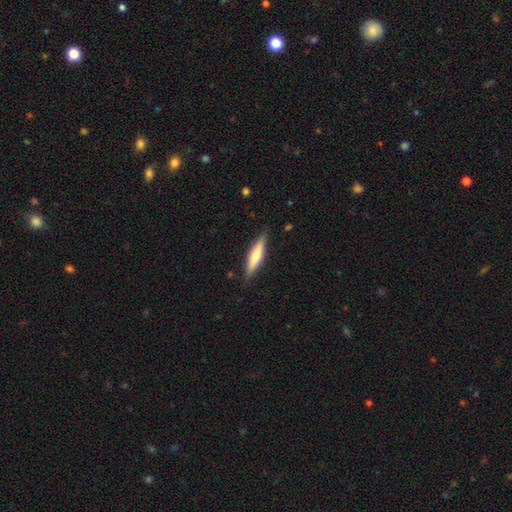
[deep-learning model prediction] Smooth or featured? Predicted: smooth (p=0.52). How rounded? Predicted: cigar-shaped (p=0.78). Merging? Predicted: none (p=0.86).